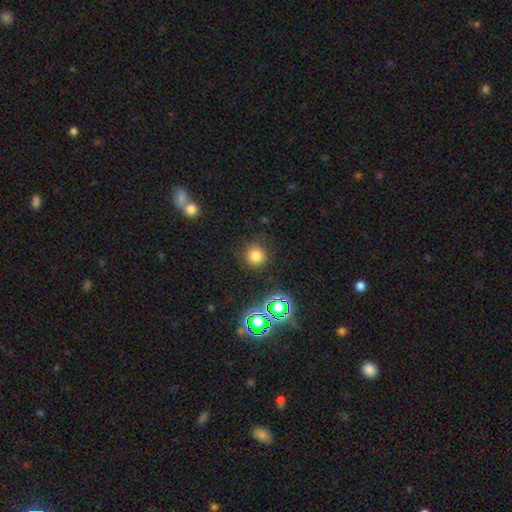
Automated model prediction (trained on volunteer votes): This is likely a smooth galaxy (75%). How rounded: clearly round (94%). Merging: clearly none (86%).